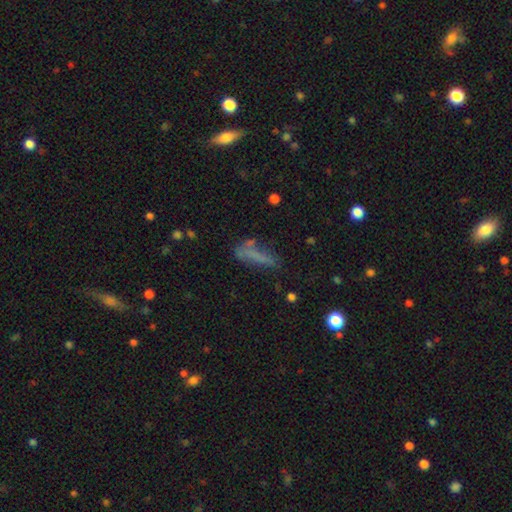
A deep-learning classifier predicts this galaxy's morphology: smooth 61%, featured or disk 23%, star or artifact 16%. Down the decision tree: how rounded — cigar-shaped (66%); merging — none (50%).